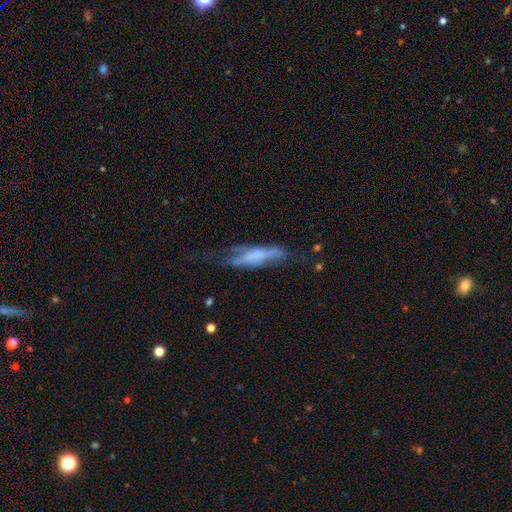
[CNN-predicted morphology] The model was most divided on "smooth or featured": featured or disk: 50%, smooth: 43%, star or artifact: 8%. Remaining: merging — none (39%).